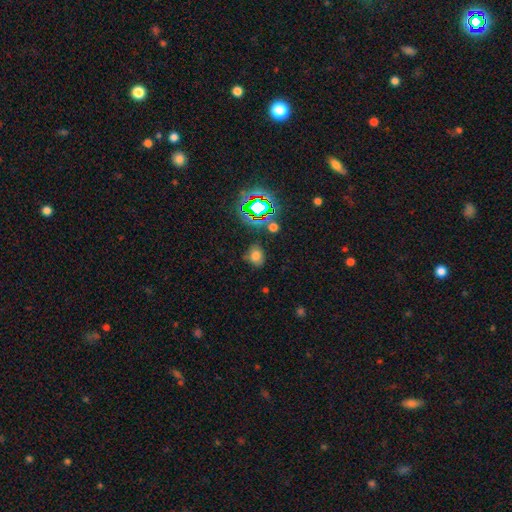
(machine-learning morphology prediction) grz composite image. It shows a smooth galaxy with no disk features (68%) that is round (57%). Merging: none (73%).